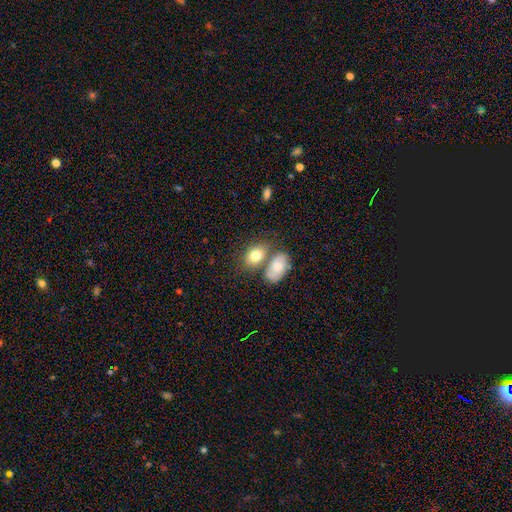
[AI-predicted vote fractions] Smooth or featured?
  - smooth: 78% *
  - featured or disk: 14%
  - star or artifact: 7%
How rounded?
  - in between: 82% *
  - round: 16%
  - cigar-shaped: 2%
Merging?
  - none: 46% *
  - merger: 37%
  - minor disturbance: 12%
  - major disturbance: 5%